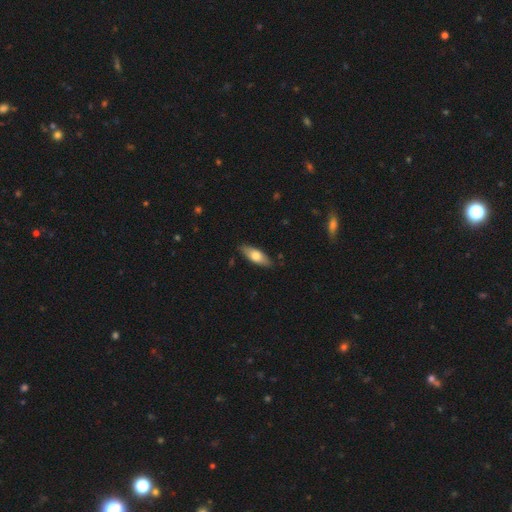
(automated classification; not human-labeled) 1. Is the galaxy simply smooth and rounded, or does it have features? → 66% smooth, 28% featured or disk, 6% star or artifact.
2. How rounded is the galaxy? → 69% in between, 28% cigar-shaped, 2% round.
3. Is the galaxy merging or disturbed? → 86% none, 11% minor disturbance, 2% major disturbance, 1% merger.